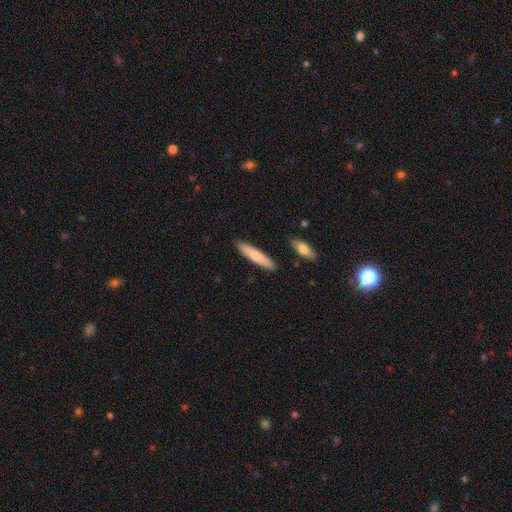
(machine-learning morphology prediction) A smooth galaxy with no disk features (76%) that is cigar-shaped (85%).

Vote fractions:
- Smooth or featured? smooth: 76% / featured or disk: 18% / star or artifact: 5%
- How rounded? cigar-shaped: 85% / in between: 13% / round: 1%
- Merging? none: 89% / minor disturbance: 8% / merger: 2% / major disturbance: 2%